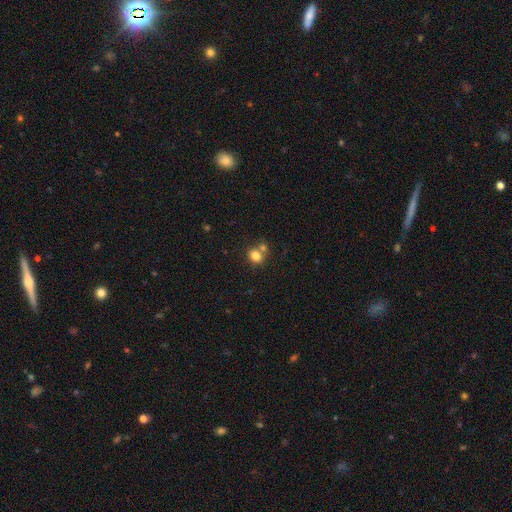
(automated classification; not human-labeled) Smooth or featured? Predicted: smooth (p=0.81). How rounded? Predicted: round (p=0.65). Merging? Predicted: none (p=0.53).